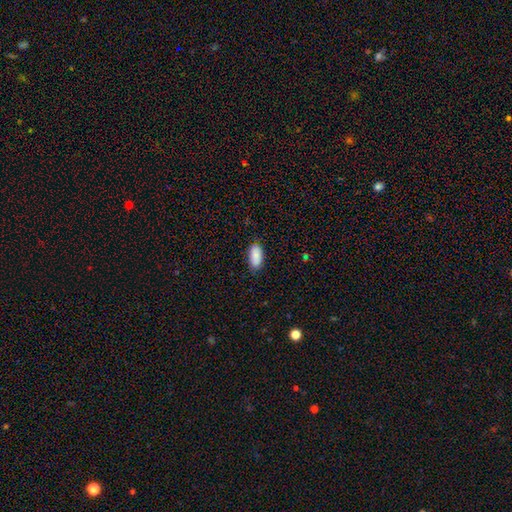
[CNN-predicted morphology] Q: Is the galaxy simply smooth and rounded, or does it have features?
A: smooth — 89%.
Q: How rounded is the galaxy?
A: in between — 92%.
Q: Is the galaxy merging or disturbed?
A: none — 85%.